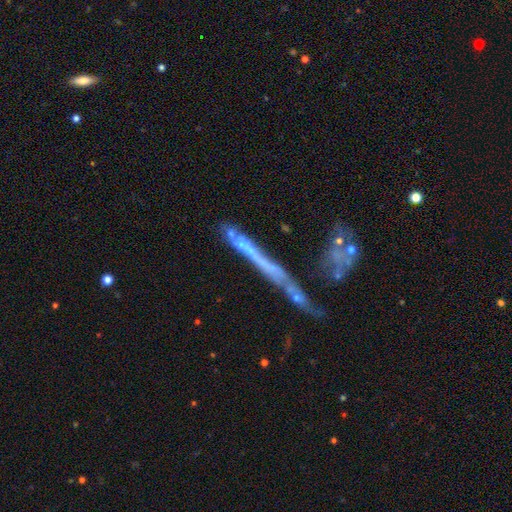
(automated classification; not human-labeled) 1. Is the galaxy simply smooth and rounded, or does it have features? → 55% featured or disk, 29% smooth, 16% star or artifact.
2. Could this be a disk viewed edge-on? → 72% yes, 28% no.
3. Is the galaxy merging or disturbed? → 34% none, 29% merger, 21% major disturbance, 16% minor disturbance.